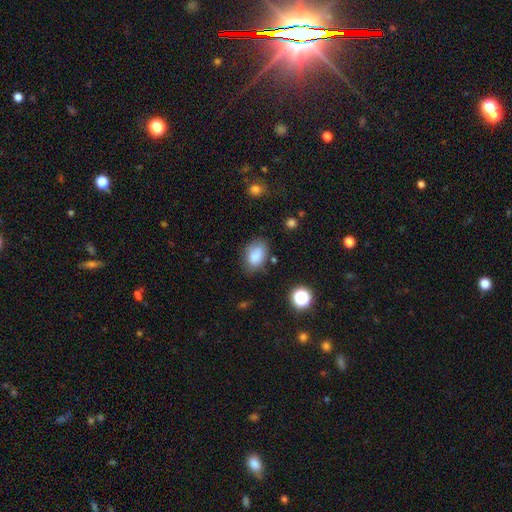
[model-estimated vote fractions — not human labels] Q: Smooth or featured?
A: smooth (84%); runner-up: star or artifact (9%)
Q: How rounded?
A: in between (85%); runner-up: round (14%)
Q: Merging?
A: none (69%); runner-up: minor disturbance (22%)